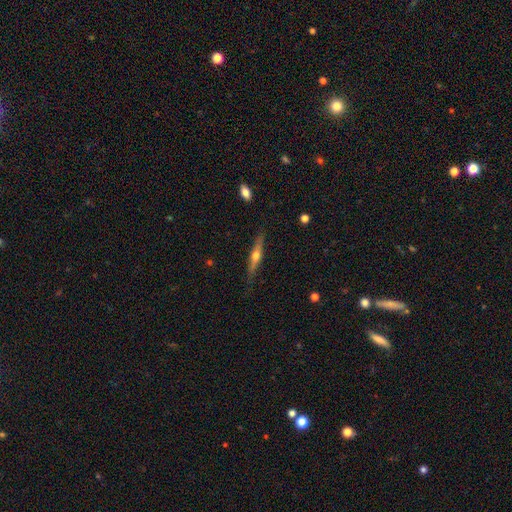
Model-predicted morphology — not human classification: A featured or disk galaxy (64%) viewed edge-on (96%) with a rounded central bulge (92%).

Vote fractions:
- Smooth or featured? featured or disk: 64% / smooth: 30% / star or artifact: 6%
- Edge-on disk? yes: 96% / no: 4%
- Edge-on bulge? rounded: 92% / none: 5% / boxy: 3%
- Merging? none: 84% / minor disturbance: 12% / major disturbance: 2% / merger: 1%